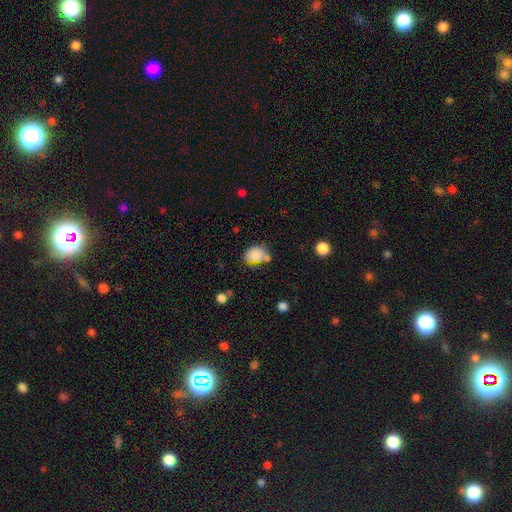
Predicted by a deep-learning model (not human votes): A smooth galaxy with no disk features (79%) that is in between round and cigar-shaped (61%). Merging: none (46%).